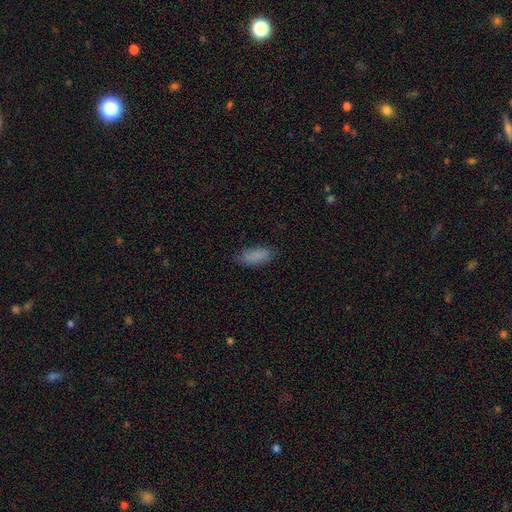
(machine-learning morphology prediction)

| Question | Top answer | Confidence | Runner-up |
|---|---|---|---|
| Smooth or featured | smooth | 86% | star or artifact (8%) |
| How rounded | in between | 80% | cigar-shaped (18%) |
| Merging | none | 80% | minor disturbance (16%) |